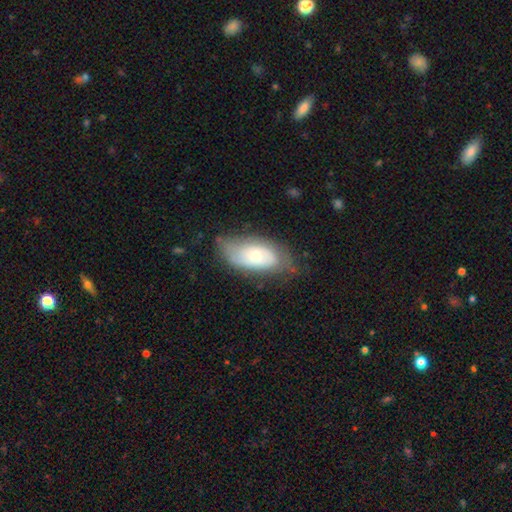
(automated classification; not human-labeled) This is possibly a smooth galaxy (51%). How rounded: clearly in between (91%). Merging: possibly none (57%).